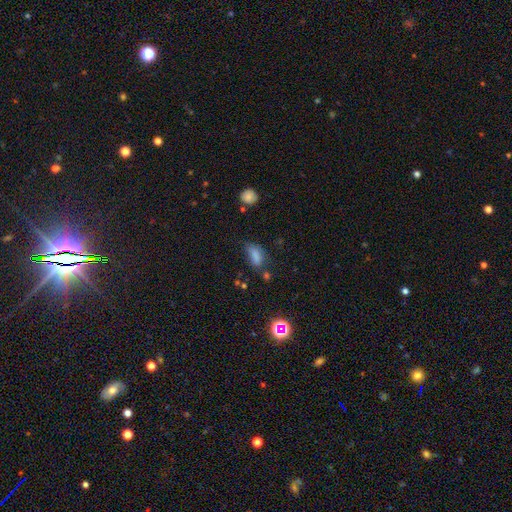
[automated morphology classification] smooth 75%, star or artifact 14%, featured or disk 10%. Down the decision tree: how rounded — in between (80%); merging — none (47%).